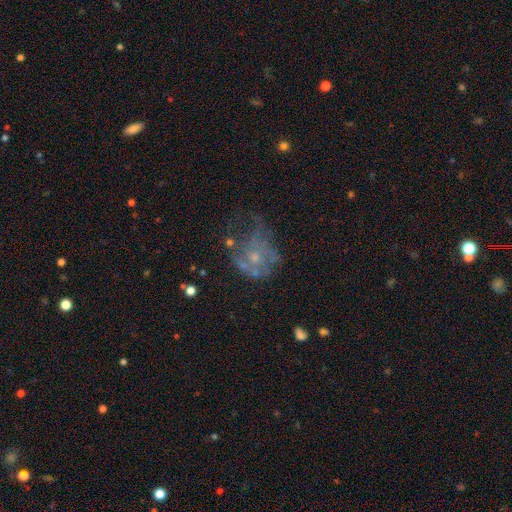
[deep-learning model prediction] Overall: featured or disk (57%; smooth 29%). Edge-on disk: no (98%). Bar: no (87%). Spiral arms: no (71%). Bulge size: small (48%; moderate 29%). Merging: major disturbance (42%; none 29%).